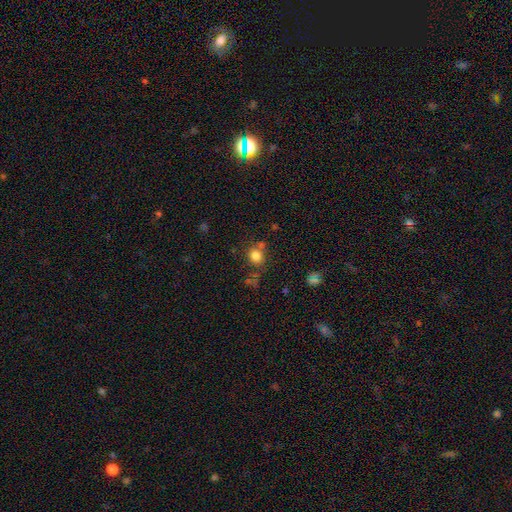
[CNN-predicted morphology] A smooth galaxy with no disk features (80%) that is round (76%).

Vote fractions:
- Smooth or featured? smooth: 80% / star or artifact: 13% / featured or disk: 7%
- How rounded? round: 76% / in between: 23% / cigar-shaped: 1%
- Merging? none: 69% / merger: 13% / minor disturbance: 13% / major disturbance: 5%